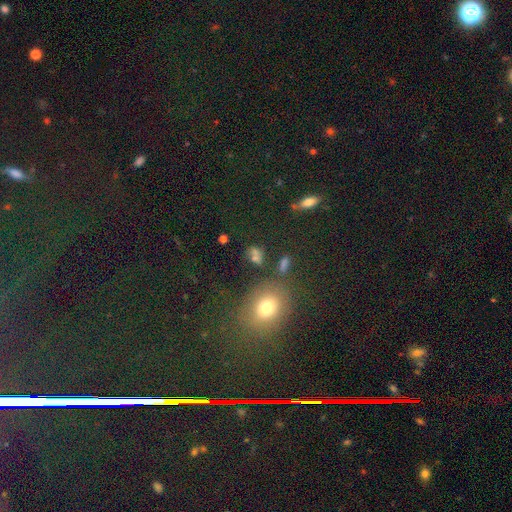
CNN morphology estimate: A smooth galaxy with no disk features (64%) that is in between round and cigar-shaped (50%).

Vote fractions:
- Smooth or featured? smooth: 64% / star or artifact: 25% / featured or disk: 12%
- How rounded? in between: 50% / round: 46% / cigar-shaped: 4%
- Merging? none: 66% / merger: 14% / minor disturbance: 13% / major disturbance: 7%